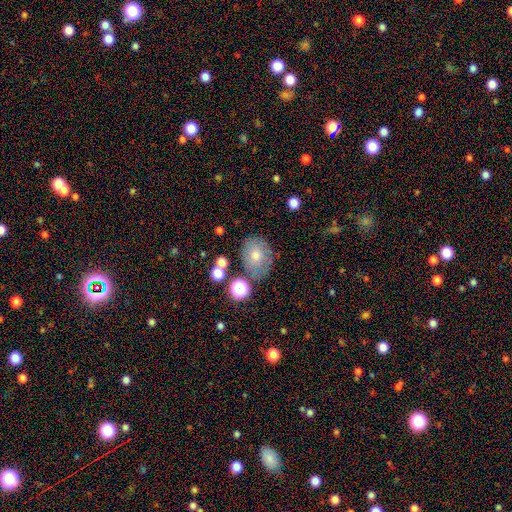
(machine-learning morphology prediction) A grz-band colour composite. It shows a smooth galaxy with no disk features (68%) that is in between round and cigar-shaped (53%). Merging: none (69%).